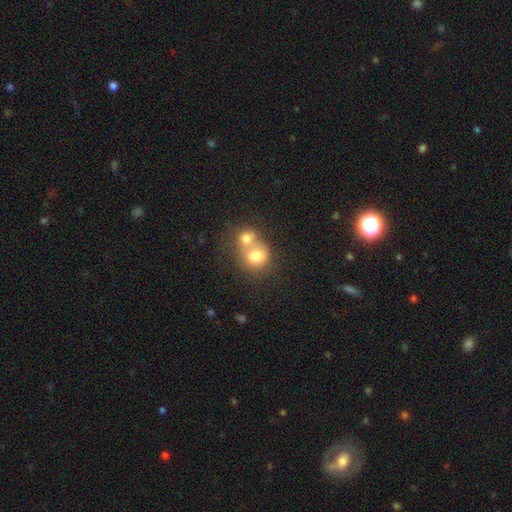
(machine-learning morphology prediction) Q: Smooth or featured?
A: smooth (73%); runner-up: featured or disk (17%)
Q: How rounded?
A: round (77%); runner-up: in between (22%)
Q: Merging?
A: merger (66%); runner-up: none (24%)